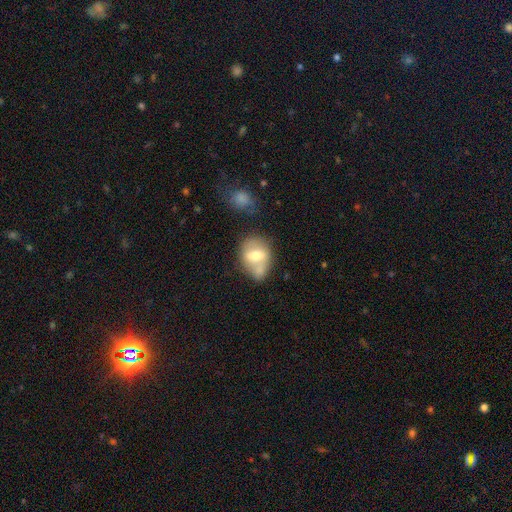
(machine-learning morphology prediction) smooth 53%, featured or disk 39%, star or artifact 7%. Down the decision tree: how rounded — in between (51%); merging — none (44%).